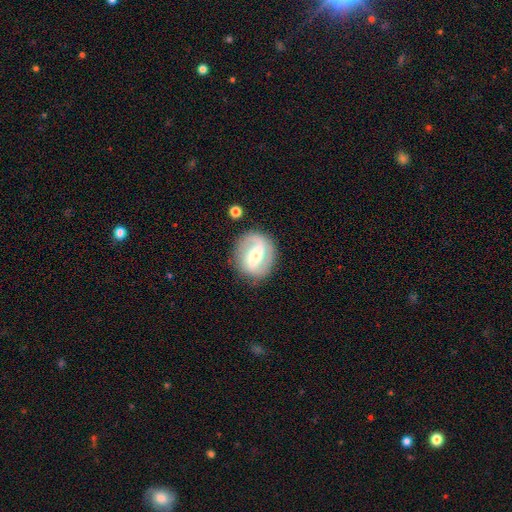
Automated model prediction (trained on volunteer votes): A featured or disk galaxy (74%) with a strong bar (47%), 2 (83%) medium (42%) spiral arms (85%) and a moderate central bulge (48%). Merging: none (80%).